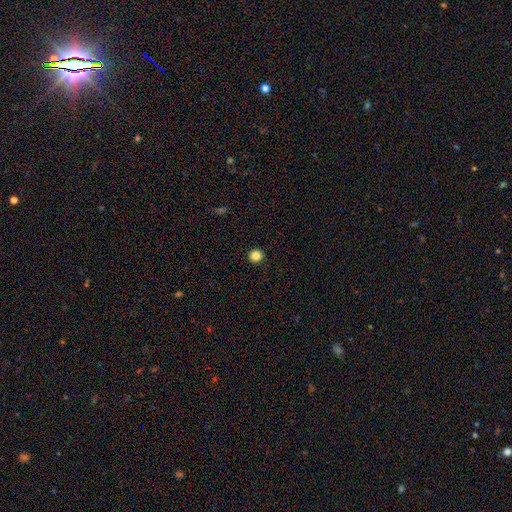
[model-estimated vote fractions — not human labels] Smooth or featured: smooth — 84% (star or artifact — 12%)
How rounded: round — 93% (in between — 7%)
Merging: none — 92% (minor disturbance — 5%)